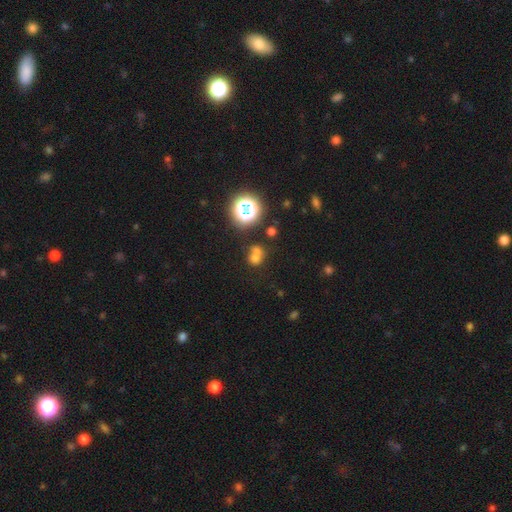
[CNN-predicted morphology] A smooth galaxy with no disk features (62%) that is round (73%). Merging: merger (52%).